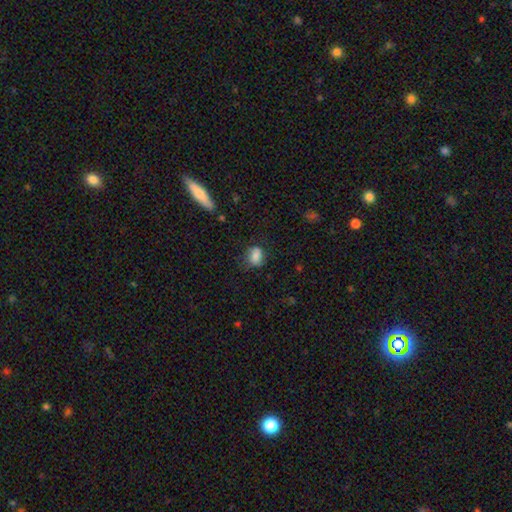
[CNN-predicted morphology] Q: Smooth or featured?
A: smooth (81%); runner-up: featured or disk (10%)
Q: How rounded?
A: in between (63%); runner-up: round (35%)
Q: Merging?
A: none (65%); runner-up: minor disturbance (24%)